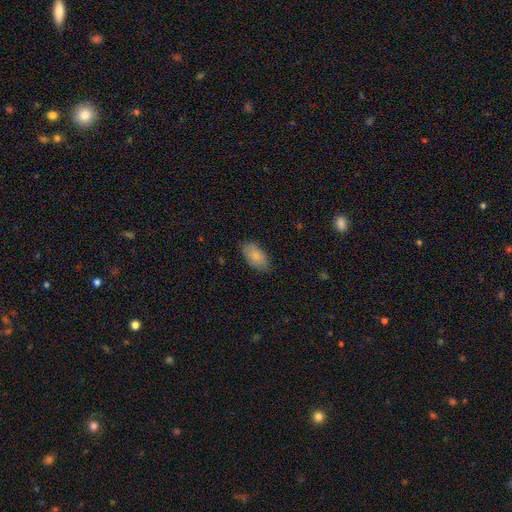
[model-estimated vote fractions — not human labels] A smooth galaxy with no disk features (84%) that is in between round and cigar-shaped (94%).

Vote fractions:
- Smooth or featured? smooth: 84% / featured or disk: 9% / star or artifact: 6%
- How rounded? in between: 94% / round: 4% / cigar-shaped: 3%
- Merging? none: 79% / minor disturbance: 16% / major disturbance: 3% / merger: 1%